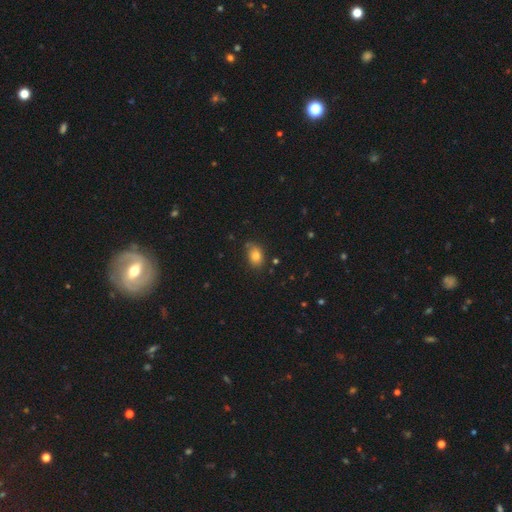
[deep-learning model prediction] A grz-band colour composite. It shows a smooth galaxy with no disk features (81%) that is in between round and cigar-shaped (75%). Merging: none (75%).